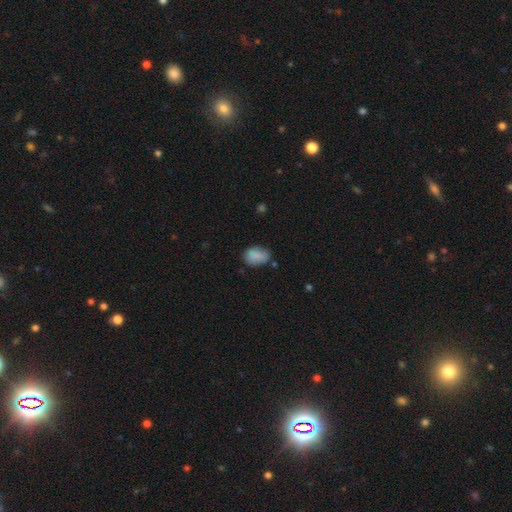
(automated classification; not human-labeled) smooth-or-featured: smooth: 85% | star or artifact: 8% | featured or disk: 6%
  how-rounded: in between: 79% | round: 20% | cigar-shaped: 1%
  merging: none: 64% | minor disturbance: 27% | major disturbance: 6% | merger: 4%